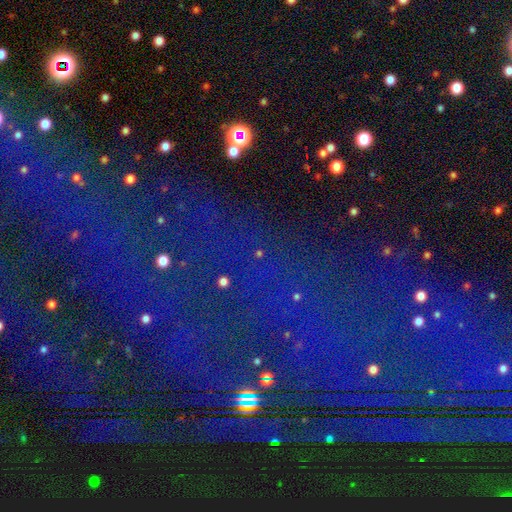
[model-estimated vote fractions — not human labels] Overall: star or artifact (83%).